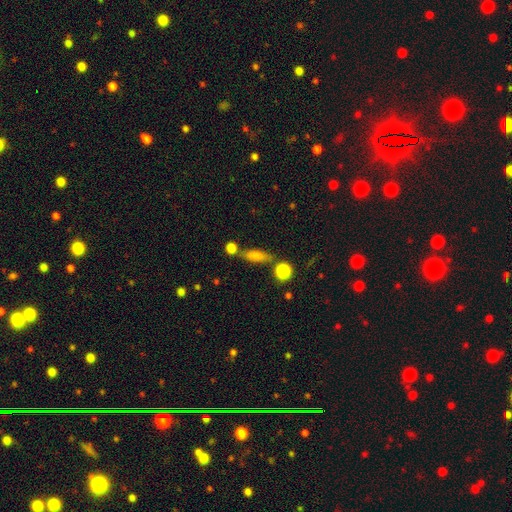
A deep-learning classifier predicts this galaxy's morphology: Overall: smooth (74%). How rounded: cigar-shaped (48%; in between 45%). Merging: none (68%).